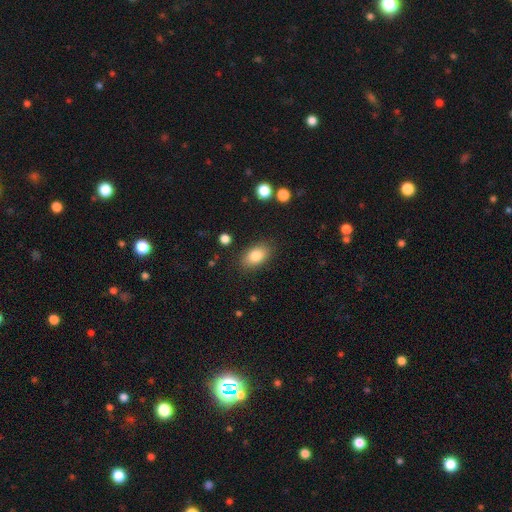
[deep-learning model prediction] Smooth or featured? Predicted: smooth (p=0.83). How rounded? Predicted: in between (p=0.88). Merging? Predicted: none (p=0.84).